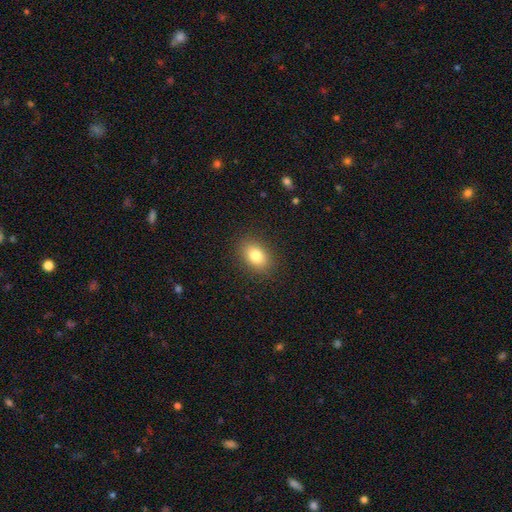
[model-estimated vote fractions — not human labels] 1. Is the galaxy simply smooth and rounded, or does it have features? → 82% smooth, 10% star or artifact, 8% featured or disk.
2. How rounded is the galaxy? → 77% in between, 22% round, 1% cigar-shaped.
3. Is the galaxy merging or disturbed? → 88% none, 8% minor disturbance, 3% major disturbance, 1% merger.